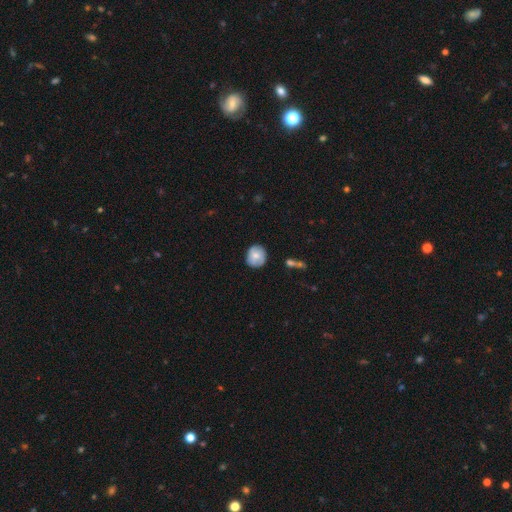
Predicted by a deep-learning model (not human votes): Smooth or featured? Predicted: smooth (p=0.68). How rounded? Predicted: round (p=0.77). Merging? Predicted: none (p=0.73).